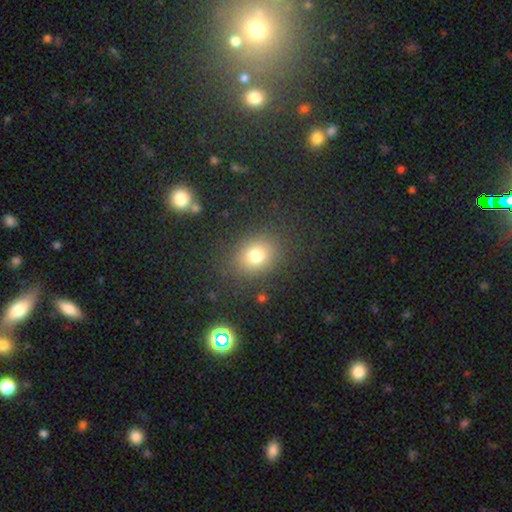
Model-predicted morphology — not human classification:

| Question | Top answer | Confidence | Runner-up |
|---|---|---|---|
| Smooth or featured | smooth | 76% | star or artifact (15%) |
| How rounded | round | 59% | in between (40%) |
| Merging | none | 84% | minor disturbance (9%) |